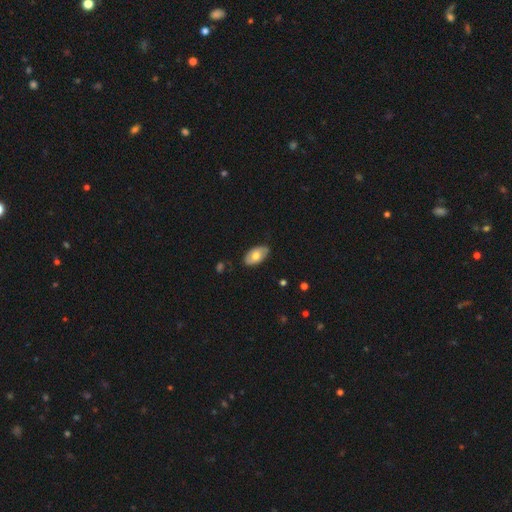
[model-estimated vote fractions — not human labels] Smooth or featured? smooth (64%)
How rounded? in between (94%)
Merging? none (79%)